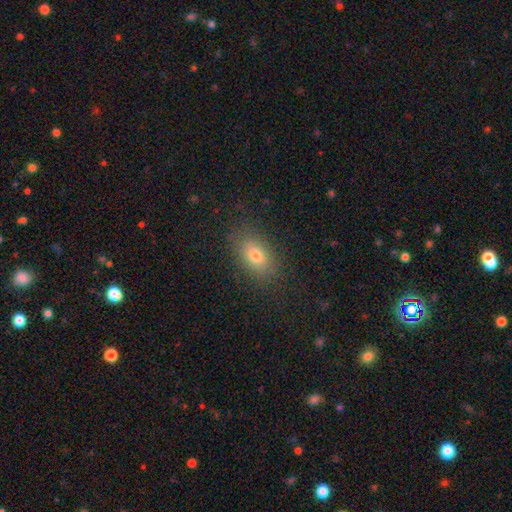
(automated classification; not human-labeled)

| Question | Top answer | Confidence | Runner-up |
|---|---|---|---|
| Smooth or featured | smooth | 75% | featured or disk (14%) |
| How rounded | in between | 82% | round (15%) |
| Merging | none | 82% | minor disturbance (12%) |